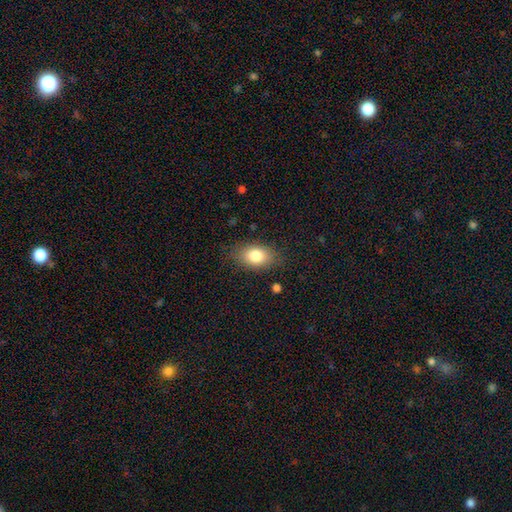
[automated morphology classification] Smooth or featured: smooth — 81% (featured or disk — 11%)
How rounded: in between — 85% (round — 13%)
Merging: none — 81% (minor disturbance — 14%)